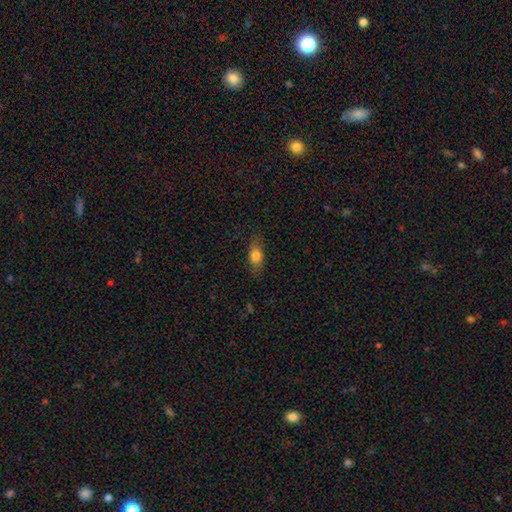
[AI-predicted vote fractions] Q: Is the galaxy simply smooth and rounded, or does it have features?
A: smooth — 76%.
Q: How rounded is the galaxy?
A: in between — 77%.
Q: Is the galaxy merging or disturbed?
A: none — 79%.